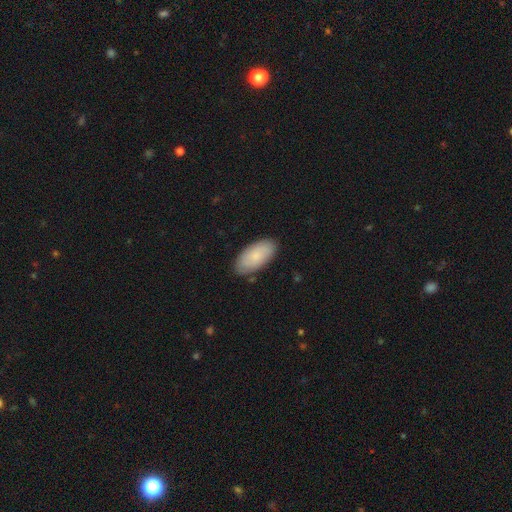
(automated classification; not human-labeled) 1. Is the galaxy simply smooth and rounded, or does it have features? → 78% smooth, 16% featured or disk, 6% star or artifact.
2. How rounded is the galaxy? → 94% in between, 4% cigar-shaped, 2% round.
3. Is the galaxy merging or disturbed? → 83% none, 13% minor disturbance, 2% major disturbance, 1% merger.